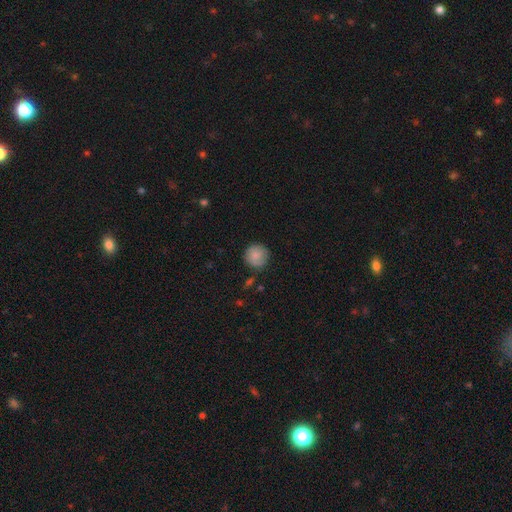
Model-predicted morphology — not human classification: type=smooth (83%); roundness=round (94%); merging=none (79%).